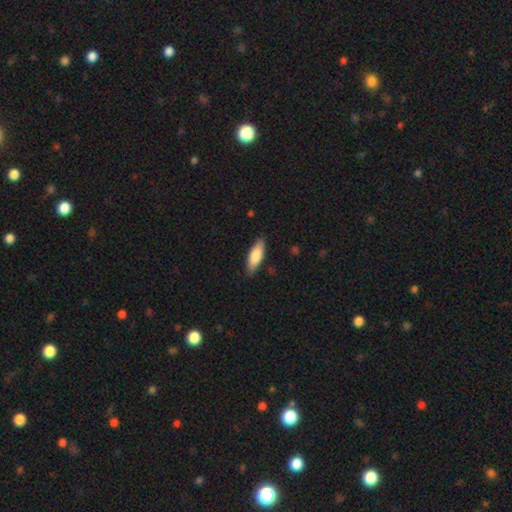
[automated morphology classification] smooth_or_featured: smooth (p=0.77) [alt: featured or disk p=0.17]
how_rounded: in between (p=0.59) [alt: cigar-shaped p=0.39]
merging: none (p=0.86) [alt: minor disturbance p=0.11]